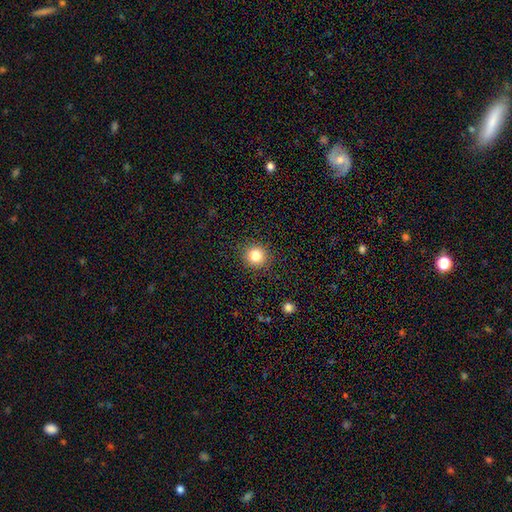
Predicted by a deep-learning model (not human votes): The model was most divided on "smooth or featured": smooth: 82%, star or artifact: 12%, featured or disk: 6%. More confident: how rounded — round (93%); merging — none (91%).